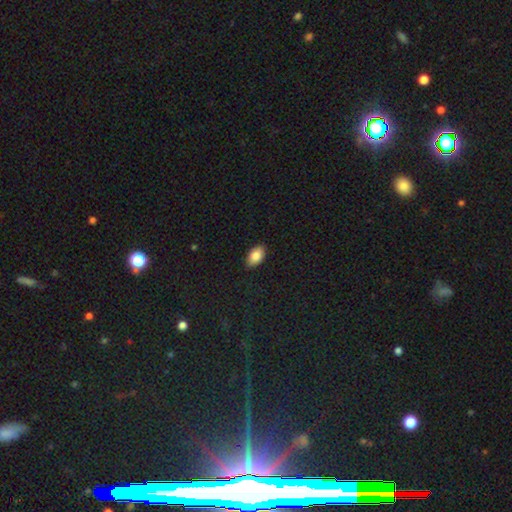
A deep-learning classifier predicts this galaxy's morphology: Q: Smooth or featured?
A: smooth (85%); runner-up: featured or disk (8%)
Q: How rounded?
A: in between (92%); runner-up: round (6%)
Q: Merging?
A: none (87%); runner-up: minor disturbance (10%)